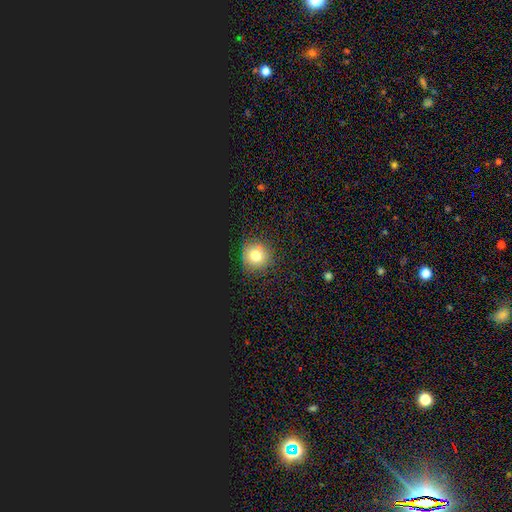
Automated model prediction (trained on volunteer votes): This appears to be a smooth galaxy with no disk features (70%) that is round (92%). Merging: none (86%).